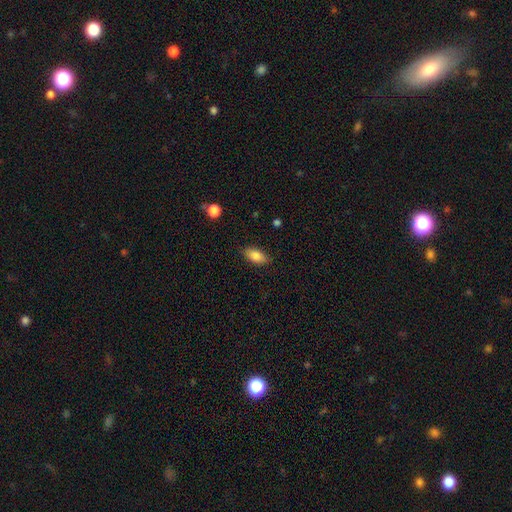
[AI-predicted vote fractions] This appears to be a smooth galaxy with no disk features (84%) that is in between round and cigar-shaped (89%). Merging: none (84%).